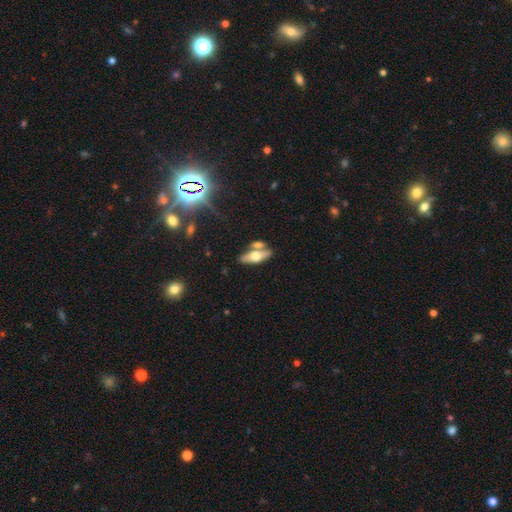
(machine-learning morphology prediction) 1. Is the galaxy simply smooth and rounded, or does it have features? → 52% smooth, 39% featured or disk, 9% star or artifact.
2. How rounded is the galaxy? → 68% in between, 29% cigar-shaped, 3% round.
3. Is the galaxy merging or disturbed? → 56% none, 28% merger, 12% minor disturbance, 4% major disturbance.